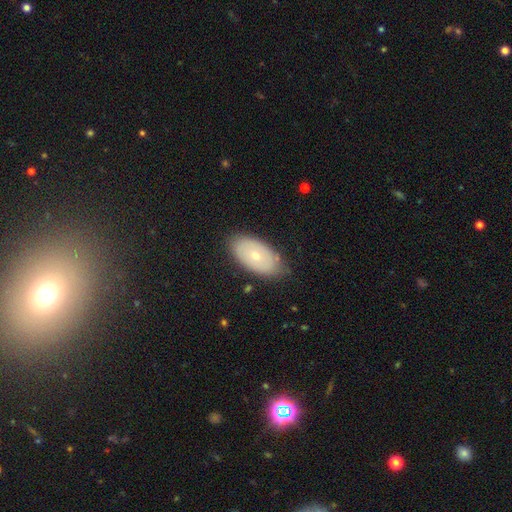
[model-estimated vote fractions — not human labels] Q: Smooth or featured?
A: smooth (57%); runner-up: featured or disk (36%)
Q: How rounded?
A: in between (94%); runner-up: round (4%)
Q: Merging?
A: none (81%); runner-up: minor disturbance (15%)